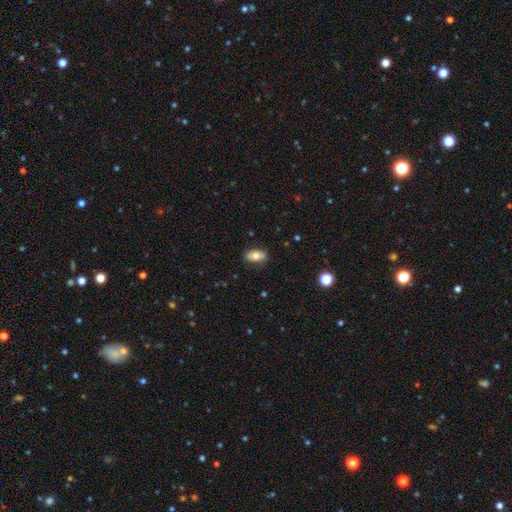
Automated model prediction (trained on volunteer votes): This appears to be a smooth galaxy with no disk features (75%) that is in between round and cigar-shaped (91%). Merging: none (85%).